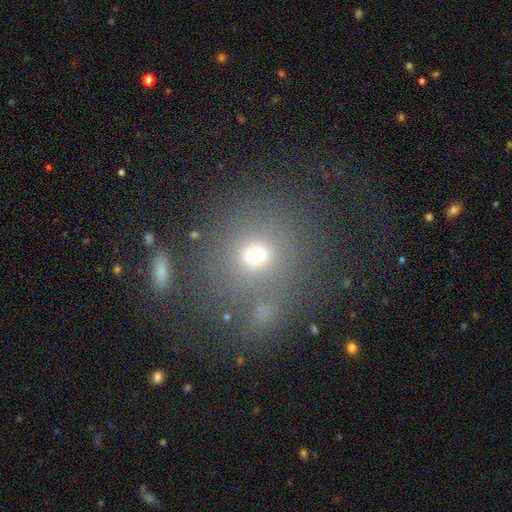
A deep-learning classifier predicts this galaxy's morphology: smooth 60%, star or artifact 21%, featured or disk 18%. Down the decision tree: how rounded — round (76%); merging — none (53%).